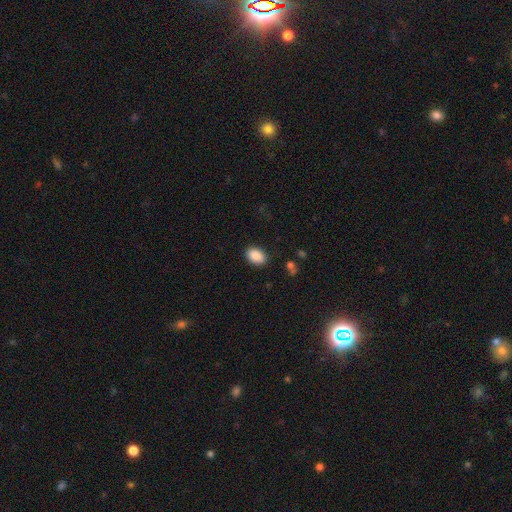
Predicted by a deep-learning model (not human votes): Morphology: type=smooth (89%); roundness=in between (85%); merging=none (87%).